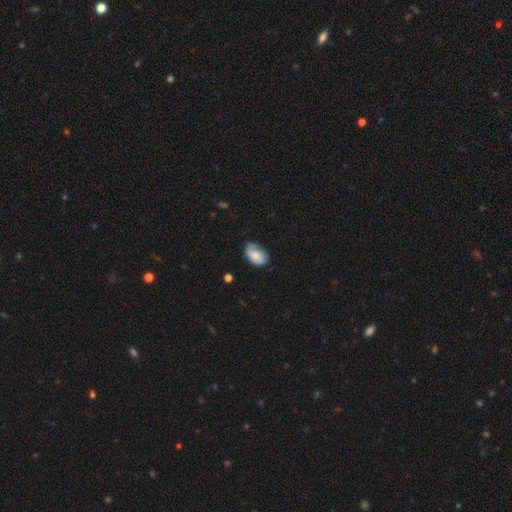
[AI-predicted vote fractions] Q: Smooth or featured?
A: smooth (63%); runner-up: featured or disk (30%)
Q: How rounded?
A: in between (87%); runner-up: round (12%)
Q: Merging?
A: none (51%); runner-up: minor disturbance (35%)